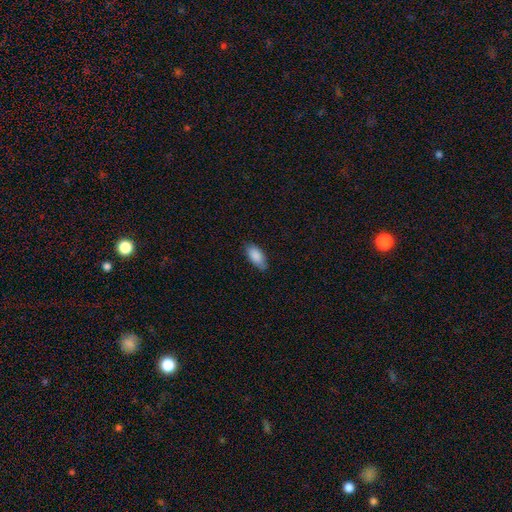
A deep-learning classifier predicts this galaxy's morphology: smooth_or_featured: smooth (p=0.87) [alt: featured or disk p=0.07]
how_rounded: in between (p=0.90) [alt: cigar-shaped p=0.08]
merging: none (p=0.78) [alt: minor disturbance p=0.18]